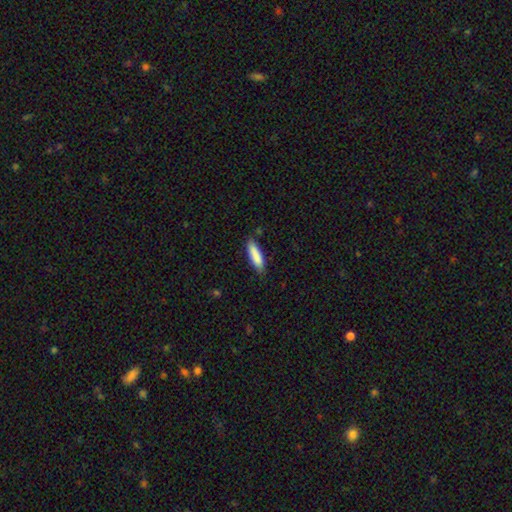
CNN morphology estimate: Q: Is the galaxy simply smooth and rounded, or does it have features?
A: smooth — 87%.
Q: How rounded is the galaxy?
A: cigar-shaped — 61%.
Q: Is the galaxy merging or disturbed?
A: none — 79%.